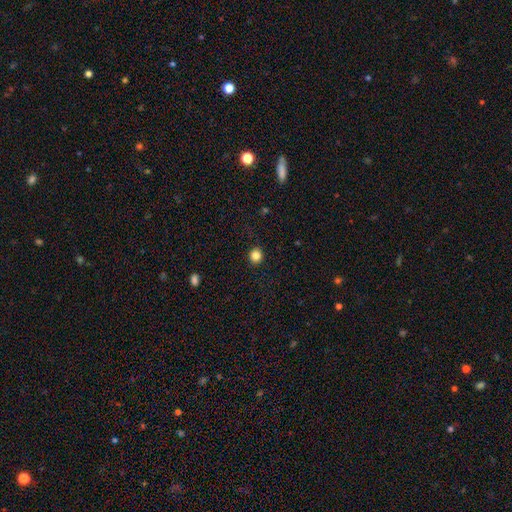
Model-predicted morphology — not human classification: A smooth galaxy with no disk features (84%) that is round (90%).

Vote fractions:
- Smooth or featured? smooth: 84% / star or artifact: 12% / featured or disk: 4%
- How rounded? round: 90% / in between: 9% / cigar-shaped: 1%
- Merging? none: 92% / minor disturbance: 5% / major disturbance: 2% / merger: 1%